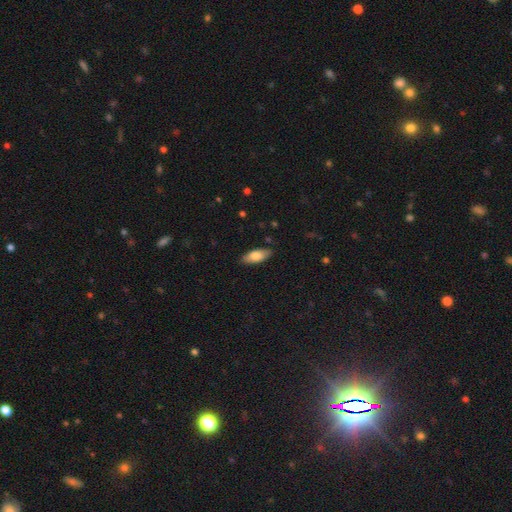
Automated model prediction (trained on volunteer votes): Q: Smooth or featured?
A: smooth (79%); runner-up: featured or disk (15%)
Q: How rounded?
A: in between (82%); runner-up: cigar-shaped (16%)
Q: Merging?
A: none (86%); runner-up: minor disturbance (11%)